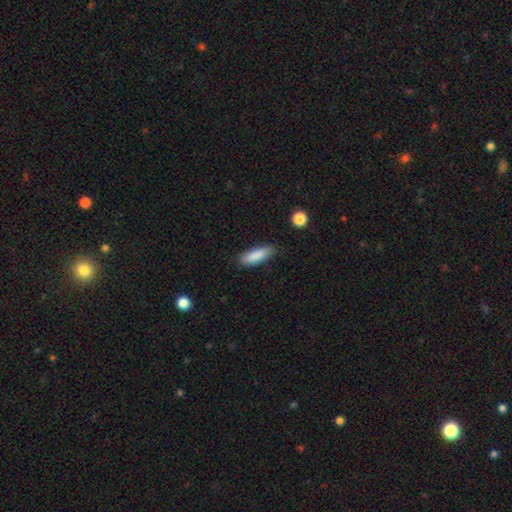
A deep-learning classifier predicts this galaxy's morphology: type=smooth (87%); roundness=in between (53%); merging=none (81%).